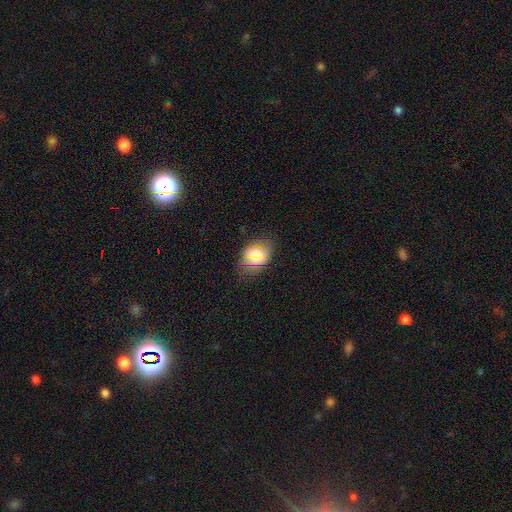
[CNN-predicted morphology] smooth-or-featured: smooth: 64% | star or artifact: 19% | featured or disk: 17%
  how-rounded: in between: 67% | round: 31% | cigar-shaped: 3%
  merging: none: 79% | minor disturbance: 16% | major disturbance: 4% | merger: 1%